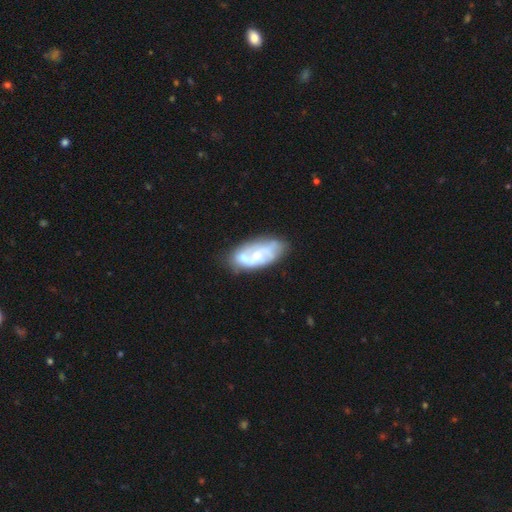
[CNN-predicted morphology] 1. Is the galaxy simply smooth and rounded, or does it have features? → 69% featured or disk, 25% smooth, 6% star or artifact.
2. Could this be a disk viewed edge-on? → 94% no, 6% yes.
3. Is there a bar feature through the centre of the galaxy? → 59% no, 33% weak, 8% strong.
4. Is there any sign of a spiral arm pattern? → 82% yes, 18% no.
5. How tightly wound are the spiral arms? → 44% medium, 36% tight, 21% loose.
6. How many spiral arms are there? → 48% 2, 28% can't tell, 14% 3, 4% 1, 3% 4, 2% more than 4.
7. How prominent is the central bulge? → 53% small, 36% moderate, 7% none, 3% large, 1% dominant.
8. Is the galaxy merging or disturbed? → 65% none, 22% minor disturbance, 8% major disturbance, 5% merger.